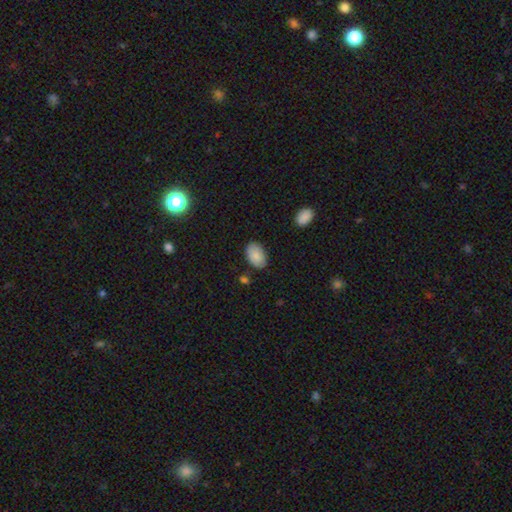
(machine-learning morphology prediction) smooth 87%, star or artifact 7%, featured or disk 6%. Down the decision tree: how rounded — in between (90%); merging — none (82%).